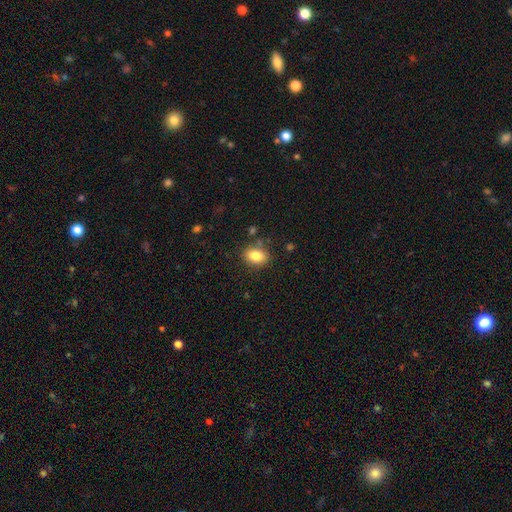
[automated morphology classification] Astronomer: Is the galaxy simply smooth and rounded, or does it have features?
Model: smooth — 82%.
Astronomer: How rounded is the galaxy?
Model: in between — 69%.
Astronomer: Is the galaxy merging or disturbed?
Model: none — 83%.